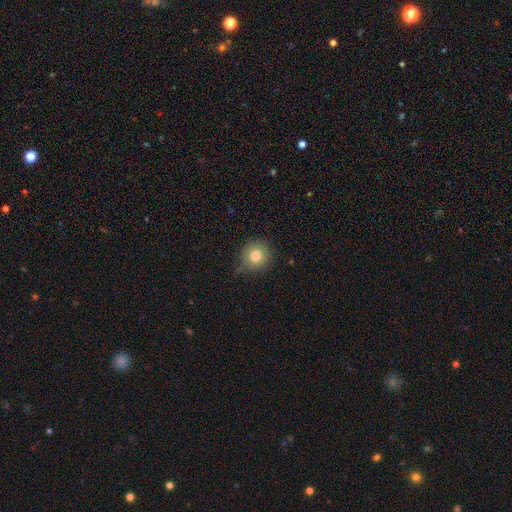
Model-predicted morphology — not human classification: This appears to be a smooth galaxy with no disk features (80%) that is round (90%). Merging: none (77%).